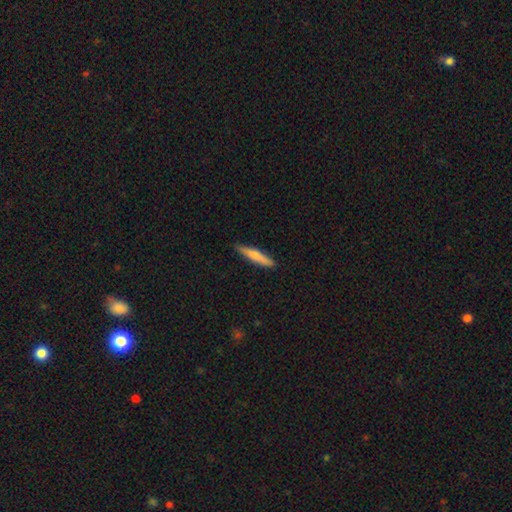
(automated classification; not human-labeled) A smooth galaxy with no disk features (69%) that is cigar-shaped (90%). Merging: none (86%).